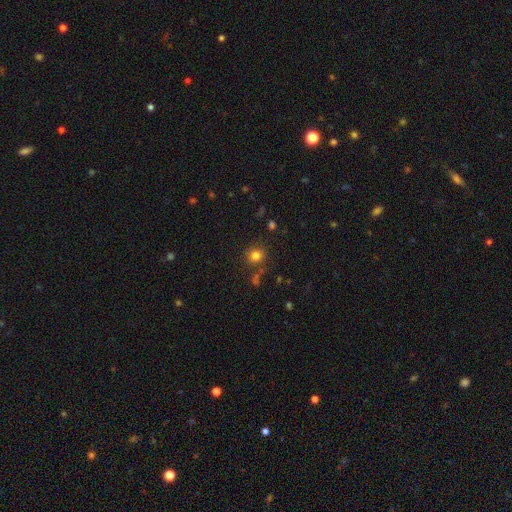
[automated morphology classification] Smooth or featured?
  - smooth: 80% *
  - star or artifact: 14%
  - featured or disk: 6%
How rounded?
  - round: 87% *
  - in between: 12%
  - cigar-shaped: 1%
Merging?
  - none: 79% *
  - minor disturbance: 11%
  - merger: 6%
  - major disturbance: 4%